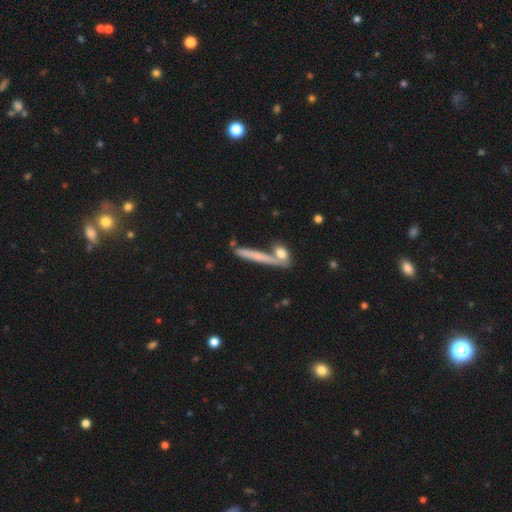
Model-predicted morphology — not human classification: smooth-or-featured: smooth: 60% | featured or disk: 32% | star or artifact: 8%
  how-rounded: cigar-shaped: 89% | in between: 7% | round: 4%
  merging: none: 64% | merger: 19% | minor disturbance: 12% | major disturbance: 4%